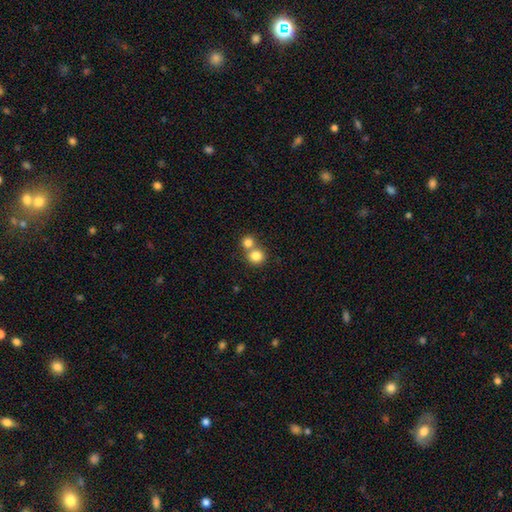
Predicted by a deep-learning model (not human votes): smooth 81%, star or artifact 10%, featured or disk 8%. Down the decision tree: how rounded — round (89%); merging — none (47%).